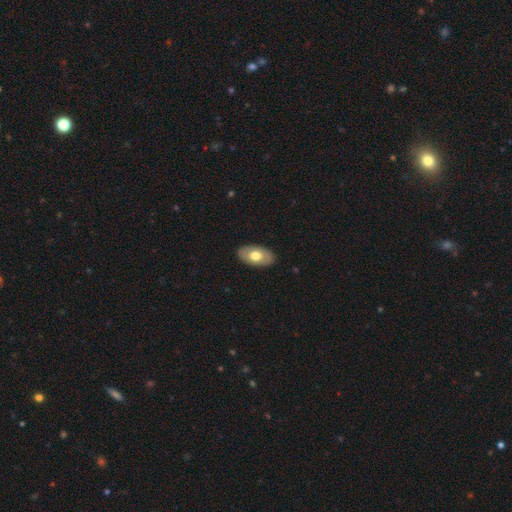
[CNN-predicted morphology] Smooth or featured? smooth (63%)
How rounded? in between (93%)
Merging? none (88%)